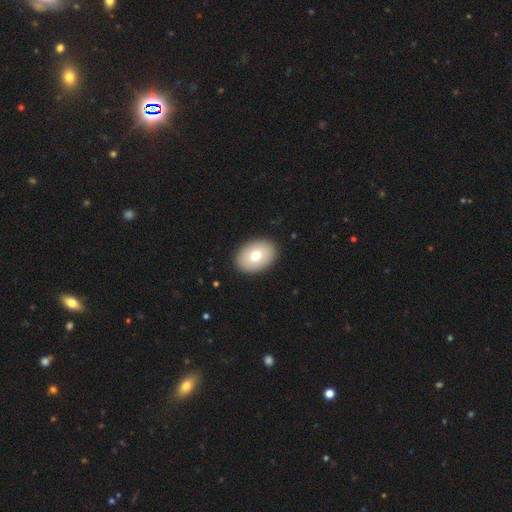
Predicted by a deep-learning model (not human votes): smooth_or_featured: smooth (p=0.74) [alt: featured or disk p=0.19]
how_rounded: in between (p=0.81) [alt: round p=0.18]
merging: none (p=0.90) [alt: minor disturbance p=0.07]